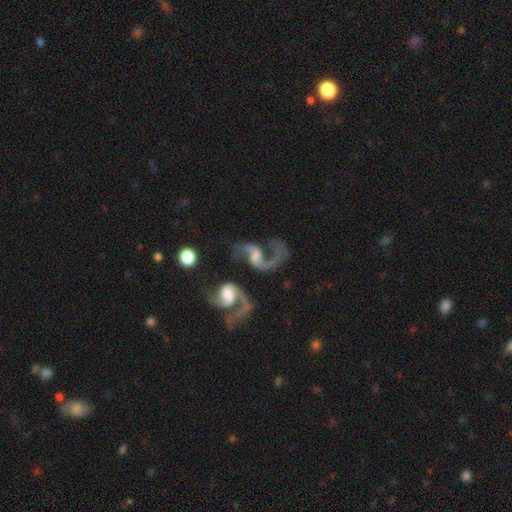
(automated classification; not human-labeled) The model was most divided on "bulge size": moderate: 39%, small: 35%, none: 16%, large: 8%, dominant: 2%. Remaining: edge-on disk — no (98%); spiral arms — yes (96%); smooth or featured — featured or disk (88%); spiral arm count — 2 (88%); spiral winding — loose (67%); bar — weak (46%); merging — none (40%).